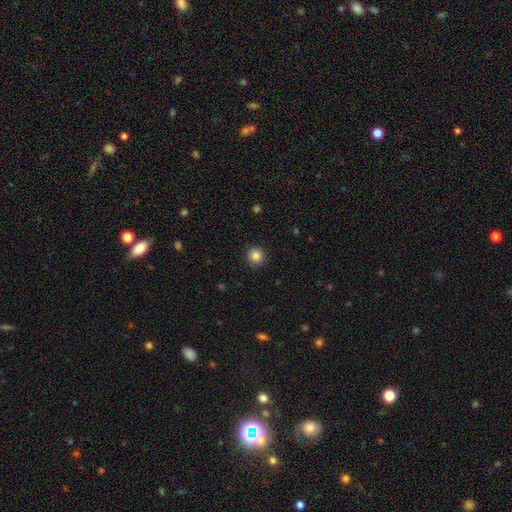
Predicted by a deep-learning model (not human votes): smooth_or_featured: smooth (p=0.86) [alt: star or artifact p=0.10]
how_rounded: round (p=0.94) [alt: in between p=0.05]
merging: none (p=0.91) [alt: minor disturbance p=0.06]